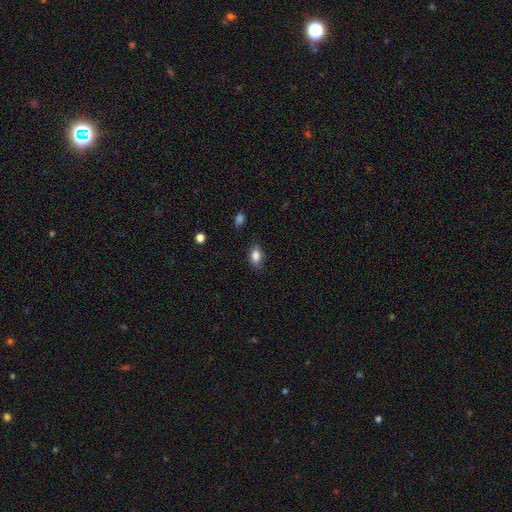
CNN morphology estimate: smooth 85%, star or artifact 9%, featured or disk 6%. Down the decision tree: how rounded — in between (86%); merging — none (82%).